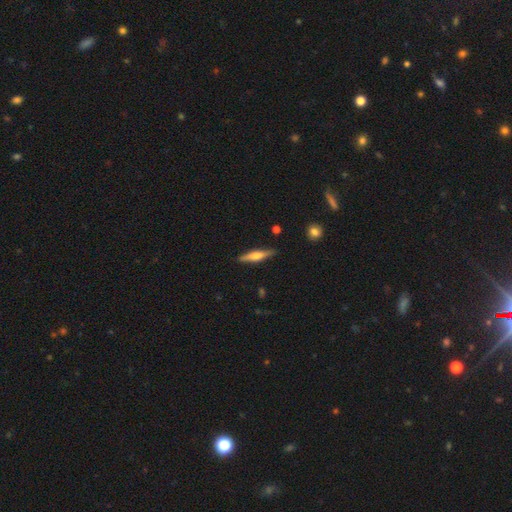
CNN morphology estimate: This appears to be a featured or disk galaxy (54%) viewed edge-on (95%) with a rounded central bulge (80%). Merging: none (87%).